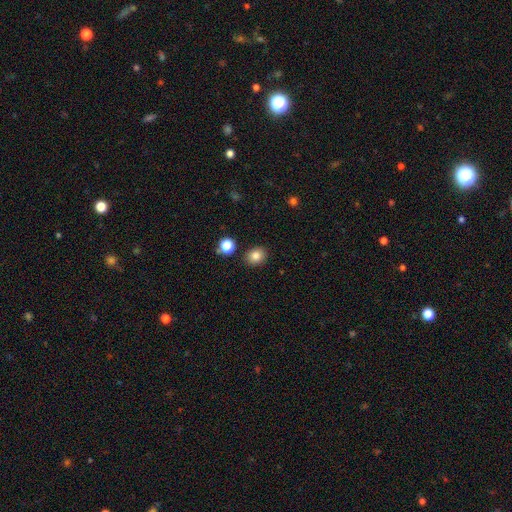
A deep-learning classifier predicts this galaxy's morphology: This appears to be a smooth galaxy with no disk features (83%) that is round (62%). Merging: none (87%).